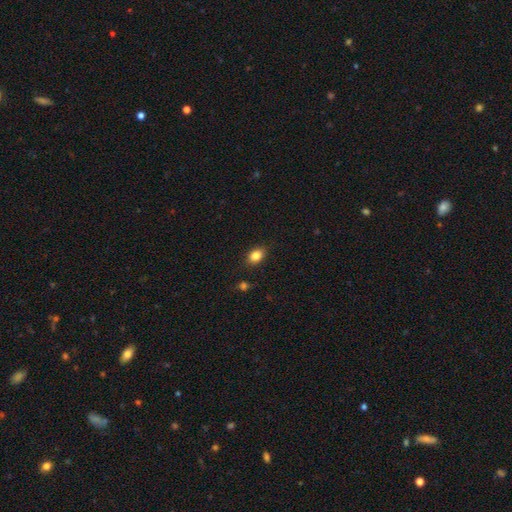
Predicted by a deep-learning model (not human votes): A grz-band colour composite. It shows a smooth galaxy with no disk features (84%) that is in between round and cigar-shaped (69%). Merging: none (85%).